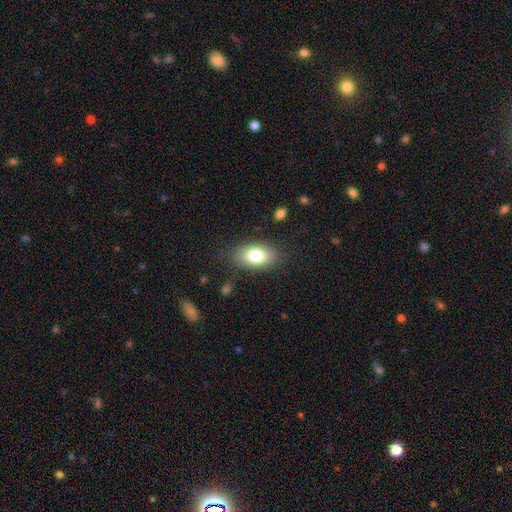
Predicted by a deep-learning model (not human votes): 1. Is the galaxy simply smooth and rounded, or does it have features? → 79% smooth, 13% featured or disk, 8% star or artifact.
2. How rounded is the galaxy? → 90% in between, 7% round, 2% cigar-shaped.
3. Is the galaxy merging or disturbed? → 82% none, 12% minor disturbance, 4% major disturbance, 1% merger.